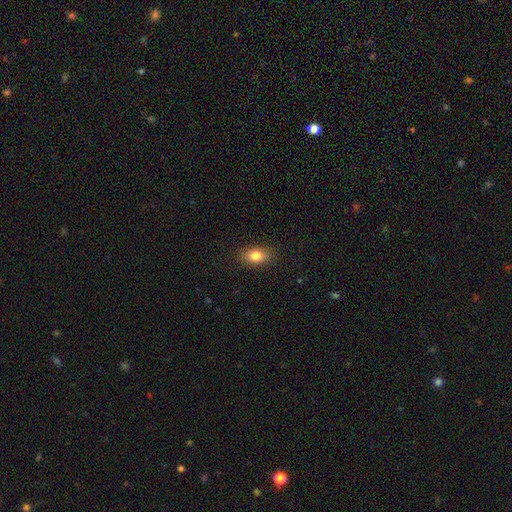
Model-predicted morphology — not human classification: type=smooth (83%); roundness=in between (84%); merging=none (87%).